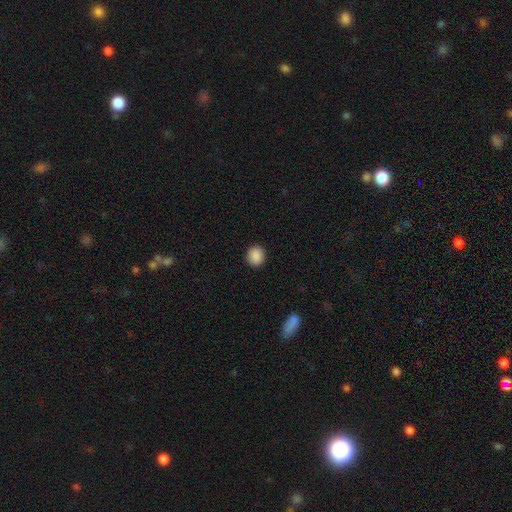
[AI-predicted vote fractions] This is clearly a smooth galaxy (89%). How rounded: clearly round (84%). Merging: clearly none (90%).